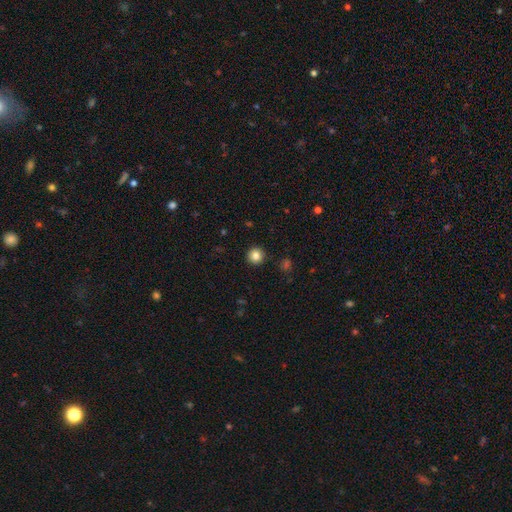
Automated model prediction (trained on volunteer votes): This is clearly a smooth galaxy (84%). How rounded: clearly round (95%). Merging: clearly none (93%).